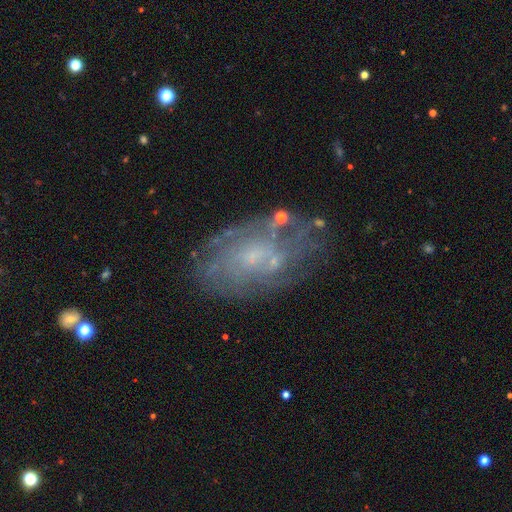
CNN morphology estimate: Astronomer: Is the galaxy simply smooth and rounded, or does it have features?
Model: featured or disk — 69%.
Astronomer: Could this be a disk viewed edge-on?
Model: no — 95%.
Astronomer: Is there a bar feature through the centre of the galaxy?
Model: no — 73%.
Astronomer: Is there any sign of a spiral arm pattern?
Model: yes — 62% (runner-up: no, 38%).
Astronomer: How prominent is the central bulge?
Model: small — 64%.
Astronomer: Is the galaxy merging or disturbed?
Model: none — 68%.